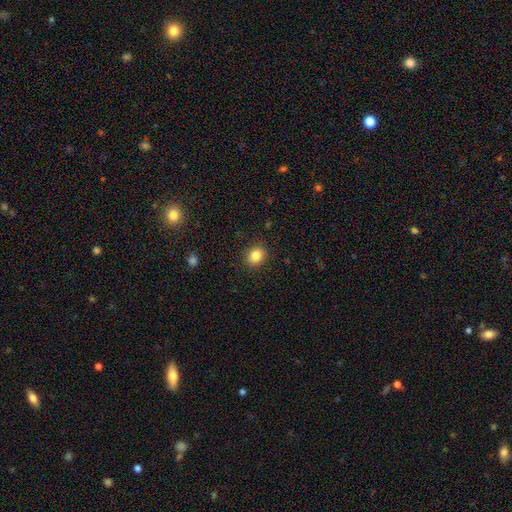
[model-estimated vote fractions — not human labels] Smooth or featured: smooth — 84% (star or artifact — 11%)
How rounded: round — 69% (in between — 30%)
Merging: none — 90% (minor disturbance — 7%)